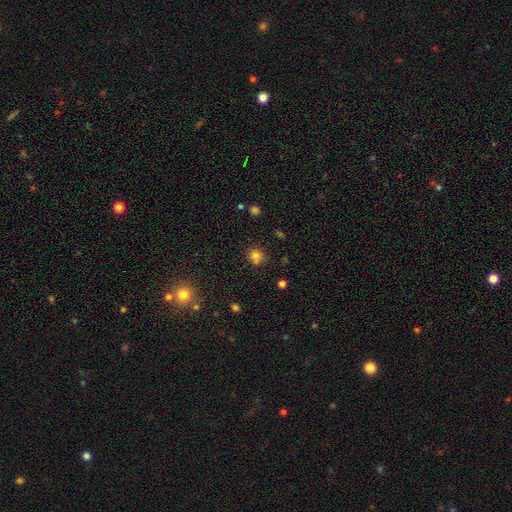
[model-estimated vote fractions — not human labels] Smooth or featured? smooth (76%)
How rounded? round (79%)
Merging? none (65%)